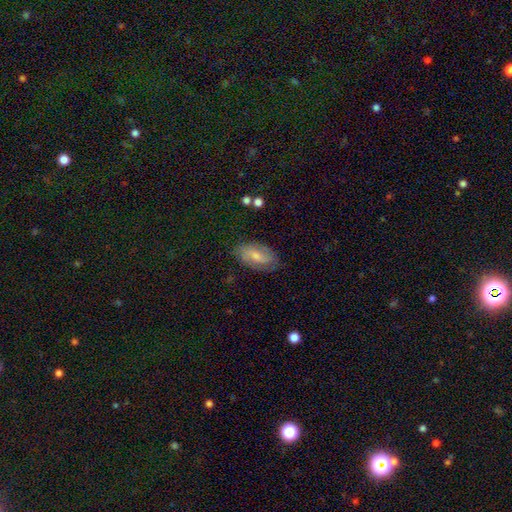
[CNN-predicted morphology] The model was most divided on "smooth or featured": smooth: 54%, featured or disk: 39%, star or artifact: 7%. More confident: how rounded — in between (90%); merging — none (78%).